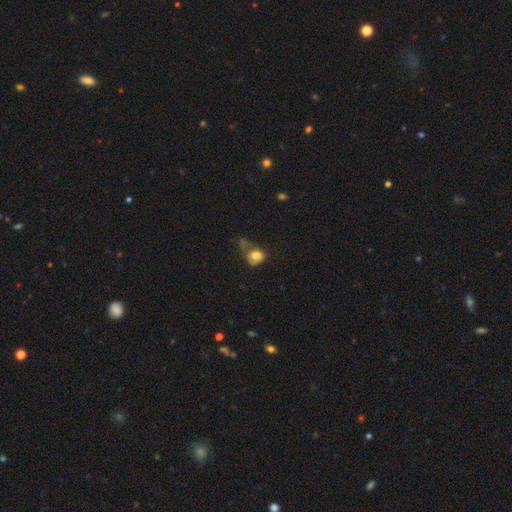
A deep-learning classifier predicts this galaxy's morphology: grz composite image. It shows a smooth galaxy with no disk features (74%) that is round (52%). Merging: major disturbance (30%).